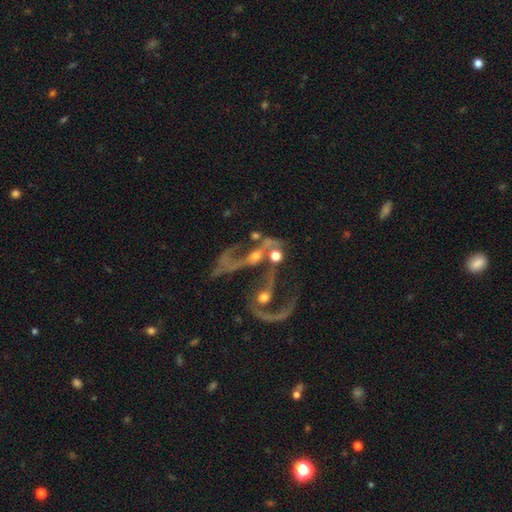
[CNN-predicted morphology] type=featured or disk (72%); edge-on=no (96%); bar=no (68%); spiral arms=yes (71%); bulge=moderate (39%); merging=merger (41%).